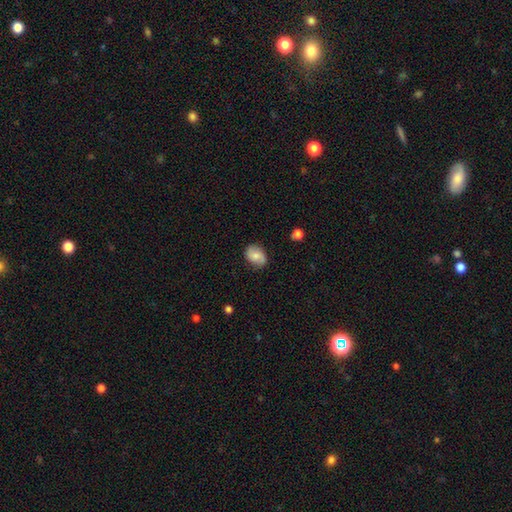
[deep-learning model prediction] Q: Smooth or featured?
A: smooth (65%); runner-up: featured or disk (27%)
Q: How rounded?
A: in between (67%); runner-up: round (32%)
Q: Merging?
A: none (77%); runner-up: minor disturbance (18%)